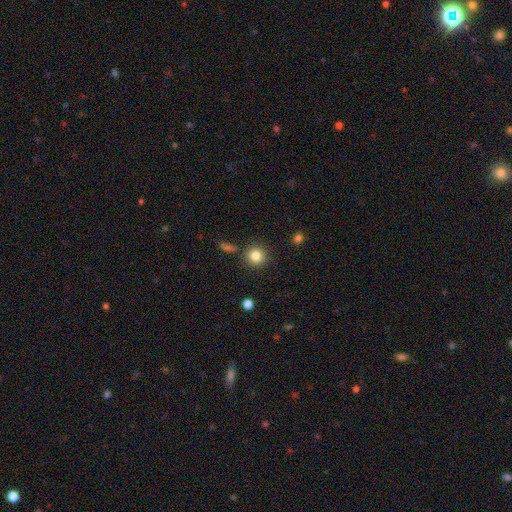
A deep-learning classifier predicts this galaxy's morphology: Smooth or featured? Predicted: smooth (p=0.84). How rounded? Predicted: round (p=0.92). Merging? Predicted: none (p=0.85).